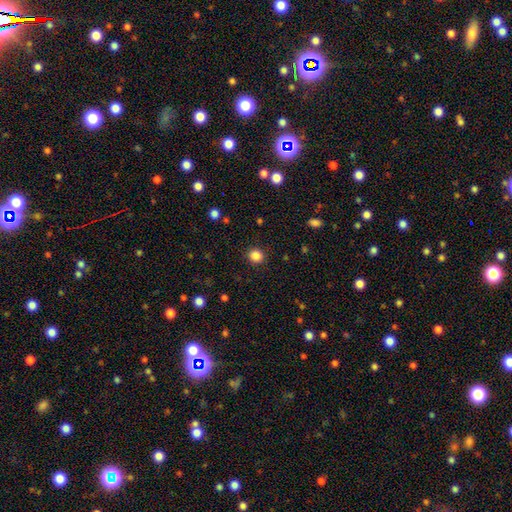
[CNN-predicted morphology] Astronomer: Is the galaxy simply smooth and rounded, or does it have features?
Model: smooth — 86%.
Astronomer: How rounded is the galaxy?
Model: round — 85%.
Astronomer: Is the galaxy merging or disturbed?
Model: none — 91%.